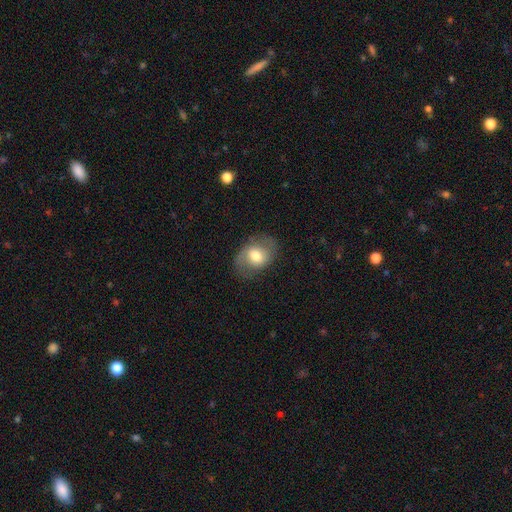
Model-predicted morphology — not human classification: A smooth galaxy with no disk features (57%) that is in between round and cigar-shaped (67%).

Vote fractions:
- Smooth or featured? smooth: 57% / featured or disk: 36% / star or artifact: 8%
- How rounded? in between: 67% / round: 32% / cigar-shaped: 1%
- Merging? none: 73% / minor disturbance: 18% / major disturbance: 8% / merger: 1%